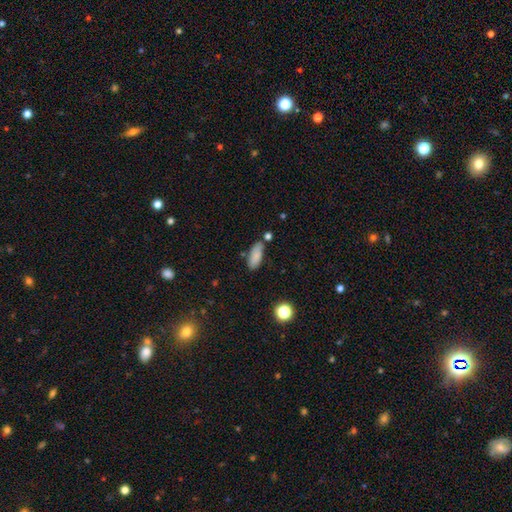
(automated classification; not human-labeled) smooth 84%, star or artifact 8%, featured or disk 8%. Down the decision tree: how rounded — in between (77%); merging — none (69%).